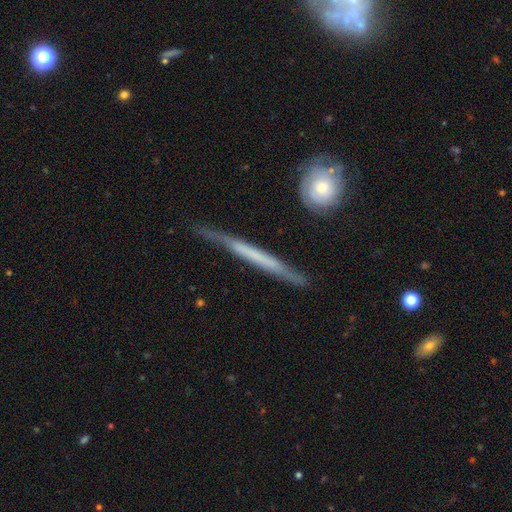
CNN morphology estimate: Smooth or featured: featured or disk — 60% (smooth — 34%)
Edge-on disk: yes — 92% (no — 8%)
Edge-on bulge: none — 83% (rounded — 9%)
Merging: none — 73% (minor disturbance — 20%)